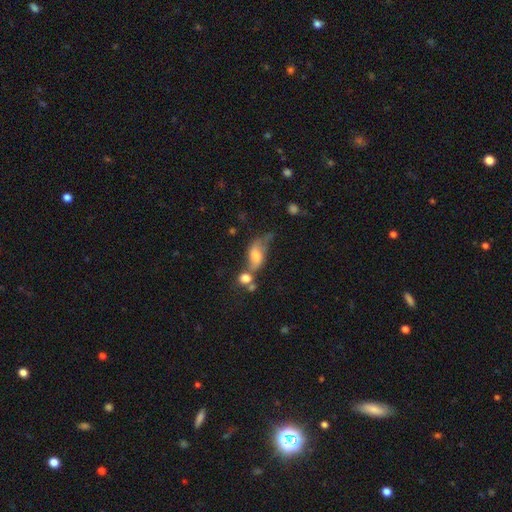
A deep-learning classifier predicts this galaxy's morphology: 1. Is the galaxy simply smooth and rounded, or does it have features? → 50% smooth, 39% featured or disk, 11% star or artifact.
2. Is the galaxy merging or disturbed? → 39% merger, 25% none, 18% major disturbance, 17% minor disturbance.